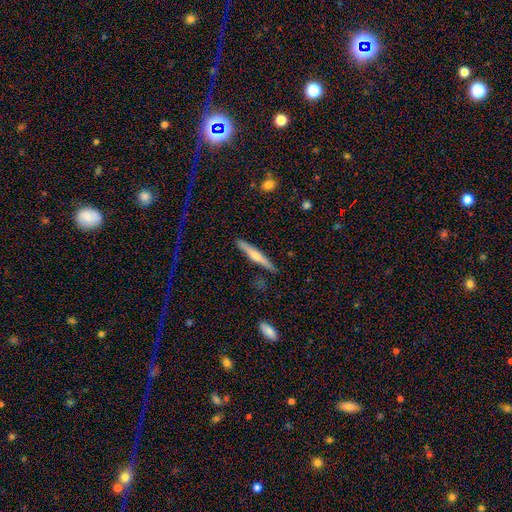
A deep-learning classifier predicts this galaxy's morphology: type=featured or disk (51%); edge-on=yes (96%); merging=none (87%).